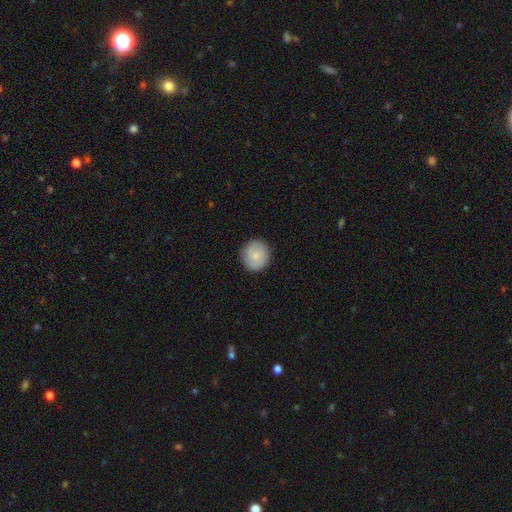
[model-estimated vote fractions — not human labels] This appears to be a smooth galaxy with no disk features (75%) that is round (91%). Merging: none (89%).